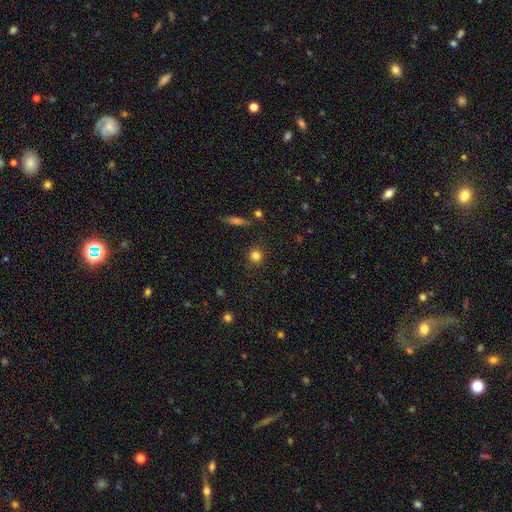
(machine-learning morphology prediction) Overall: smooth (80%). How rounded: round (92%). Merging: none (89%).